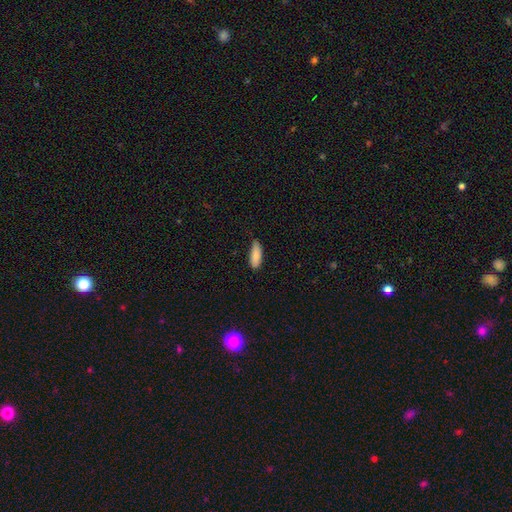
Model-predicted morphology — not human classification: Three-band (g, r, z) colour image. It shows a smooth galaxy with no disk features (86%) that is in between round and cigar-shaped (68%). Merging: none (69%).